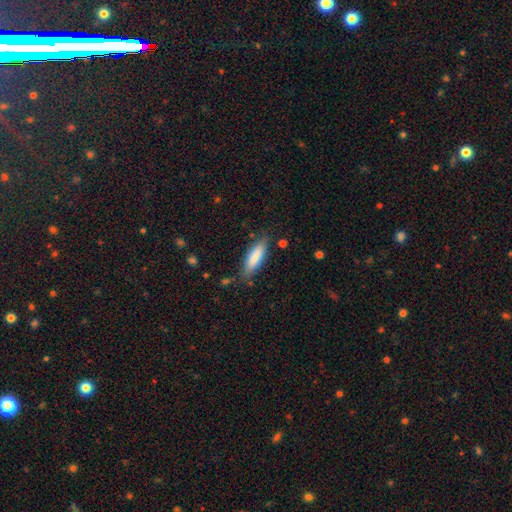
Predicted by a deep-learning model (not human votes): A smooth galaxy with no disk features (83%) that is cigar-shaped (53%). Merging: none (79%).